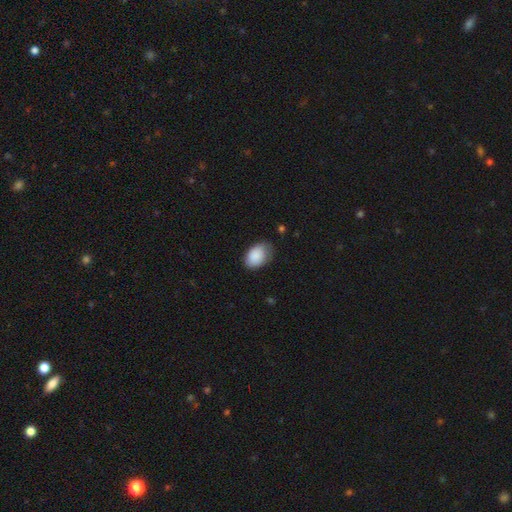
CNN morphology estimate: Smooth or featured?
  - smooth: 88% *
  - star or artifact: 6%
  - featured or disk: 6%
How rounded?
  - in between: 87% *
  - round: 12%
  - cigar-shaped: 1%
Merging?
  - none: 65% *
  - minor disturbance: 28%
  - major disturbance: 6%
  - merger: 1%